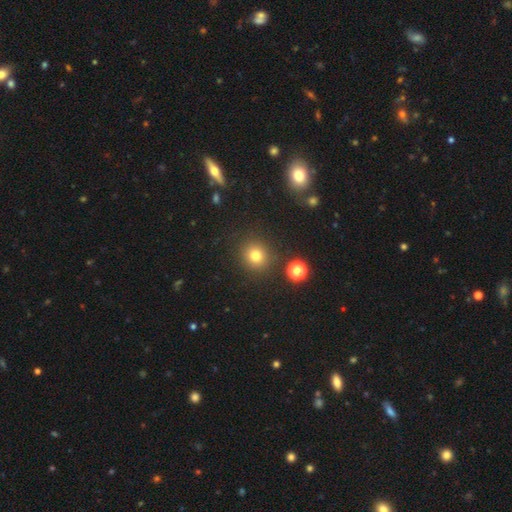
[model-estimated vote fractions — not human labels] The model was most divided on "smooth or featured": smooth: 77%, star or artifact: 16%, featured or disk: 7%. More confident: how rounded — round (88%); merging — none (86%).